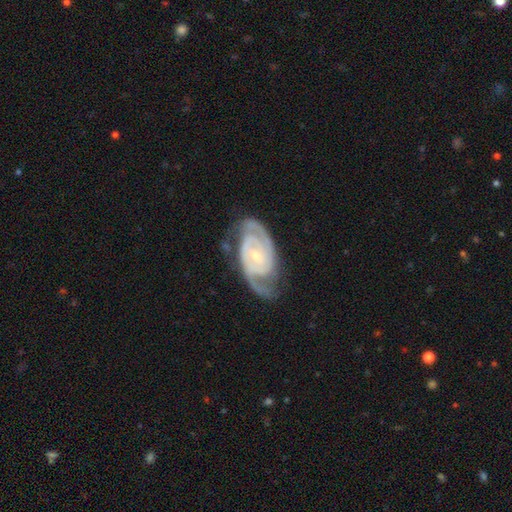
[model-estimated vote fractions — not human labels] Smooth or featured? featured or disk (91%)
Edge-on disk? no (96%)
Bar? no (44%)
Spiral arms? yes (98%)
Spiral winding? tight (61%)
Spiral arm count? 2 (85%)
Bulge size? small (69%)
Merging? none (73%)